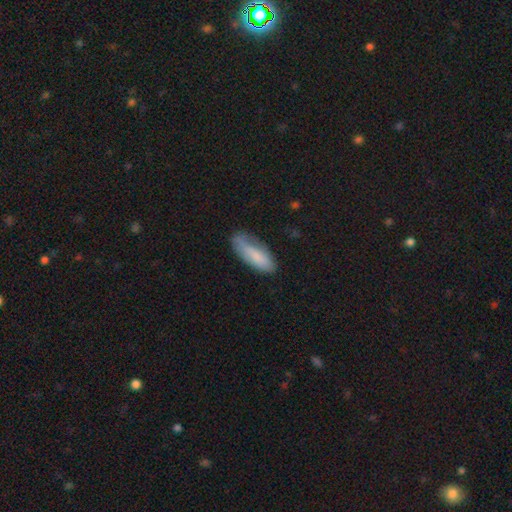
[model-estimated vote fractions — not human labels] Smooth or featured: smooth — 79% (featured or disk — 14%)
How rounded: in between — 61% (cigar-shaped — 37%)
Merging: none — 57% (minor disturbance — 30%)